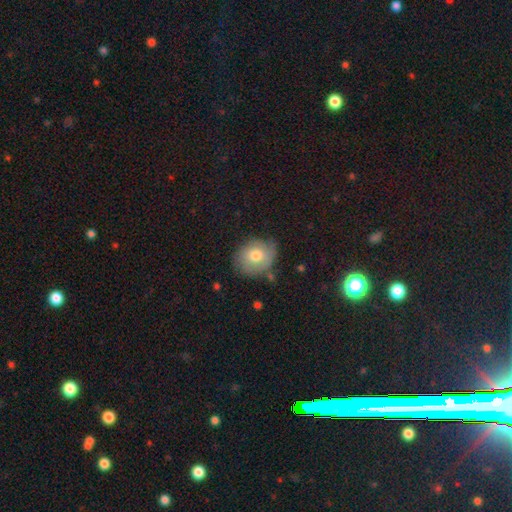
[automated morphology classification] smooth_or_featured: smooth (p=0.70) [alt: featured or disk p=0.22]
how_rounded: round (p=0.63) [alt: in between p=0.36]
merging: none (p=0.67) [alt: minor disturbance p=0.24]